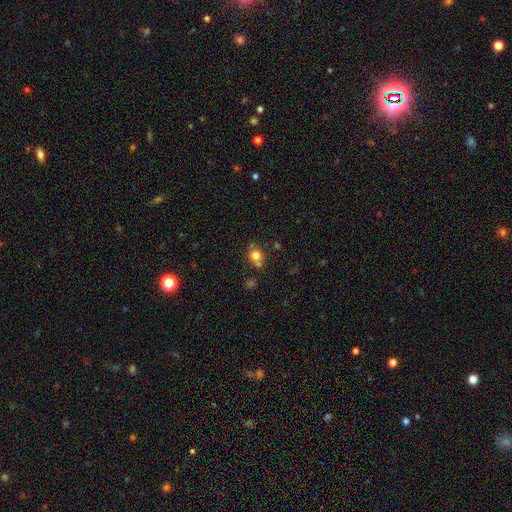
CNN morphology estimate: Overall: smooth (75%). How rounded: round (82%). Merging: none (60%; merger 23%).